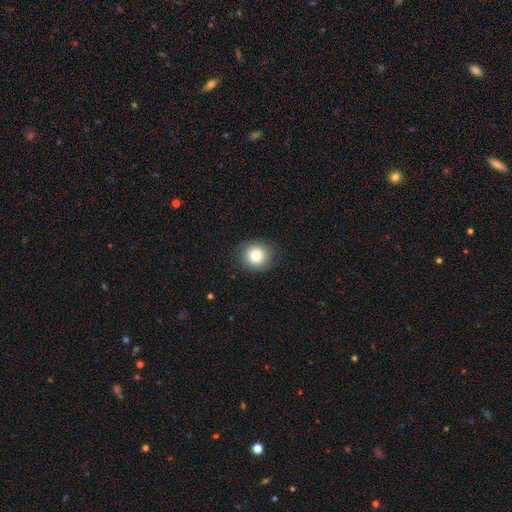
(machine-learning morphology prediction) Smooth or featured? smooth (84%)
How rounded? round (85%)
Merging? none (88%)